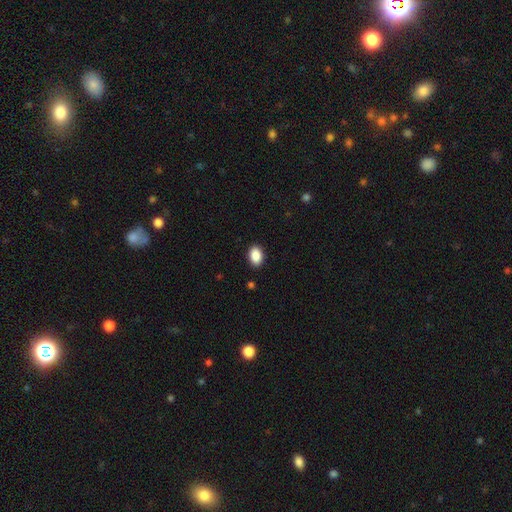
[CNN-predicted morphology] A smooth galaxy with no disk features (89%) that is in between round and cigar-shaped (85%). Merging: none (89%).